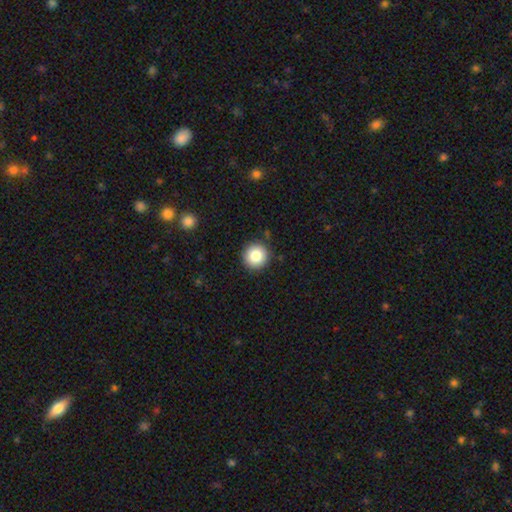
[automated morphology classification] This is clearly a smooth galaxy (84%). How rounded: clearly round (95%). Merging: clearly none (90%).